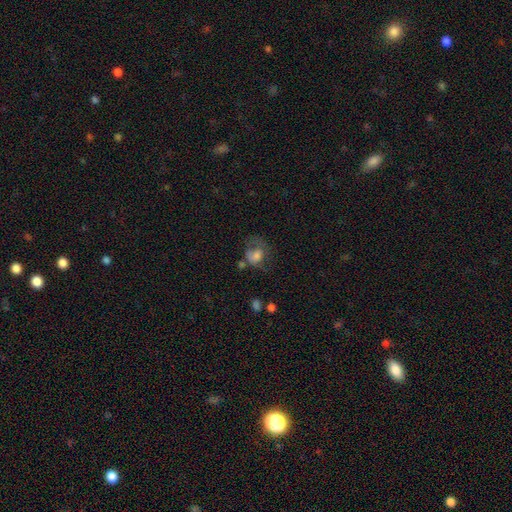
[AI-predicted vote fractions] A smooth galaxy with no disk features (61%) that is round (50%).

Vote fractions:
- Smooth or featured? smooth: 61% / featured or disk: 28% / star or artifact: 11%
- How rounded? round: 50% / in between: 49% / cigar-shaped: 1%
- Merging? major disturbance: 40% / none: 27% / minor disturbance: 22% / merger: 10%